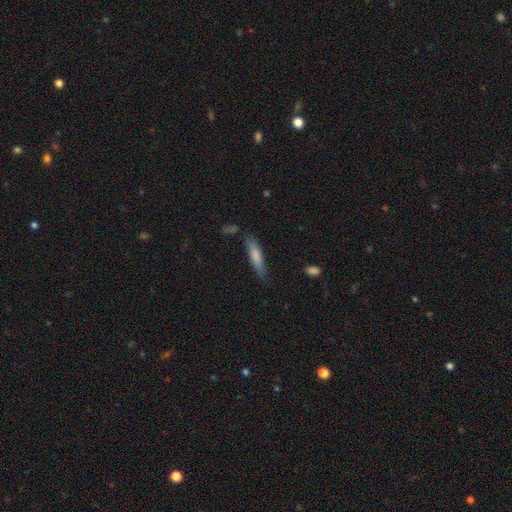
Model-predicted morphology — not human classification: smooth-or-featured: smooth: 73% | featured or disk: 21% | star or artifact: 6%
  how-rounded: cigar-shaped: 80% | in between: 19% | round: 1%
  merging: none: 72% | minor disturbance: 20% | major disturbance: 4% | merger: 3%